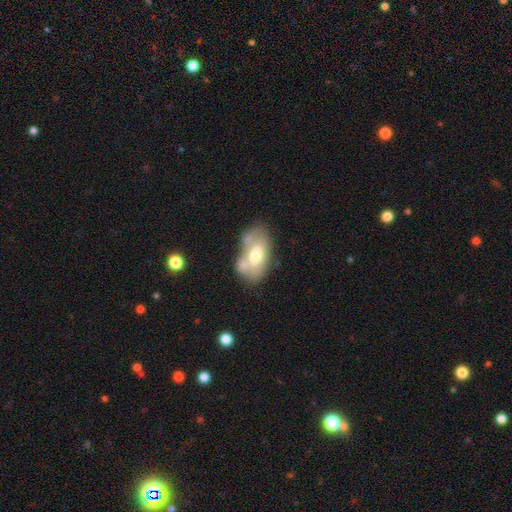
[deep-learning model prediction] The model was most divided on "merging": none: 39%, merger: 26%, minor disturbance: 23%, major disturbance: 11%. More confident: how rounded — in between (92%); smooth or featured — smooth (57%).